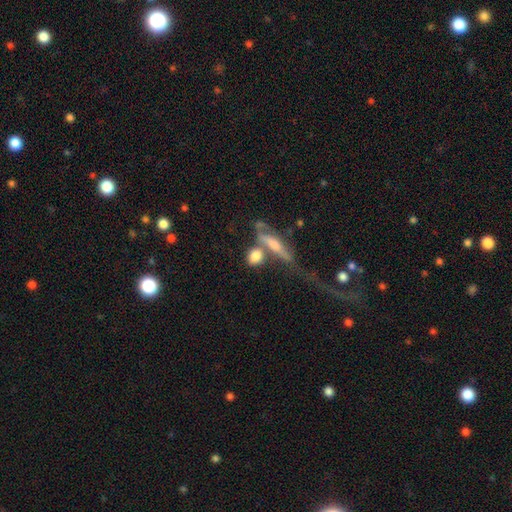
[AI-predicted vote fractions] Smooth or featured? smooth (70%)
How rounded? round (45%)
Merging? none (41%)